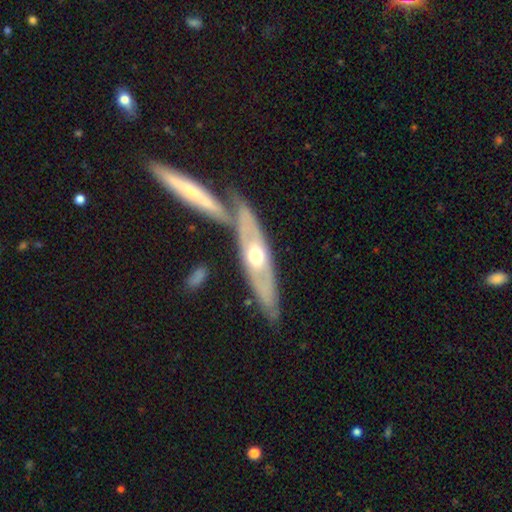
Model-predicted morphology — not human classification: A featured or disk galaxy (64%) viewed edge-on (50%, tied with no). Merging: none (64%).